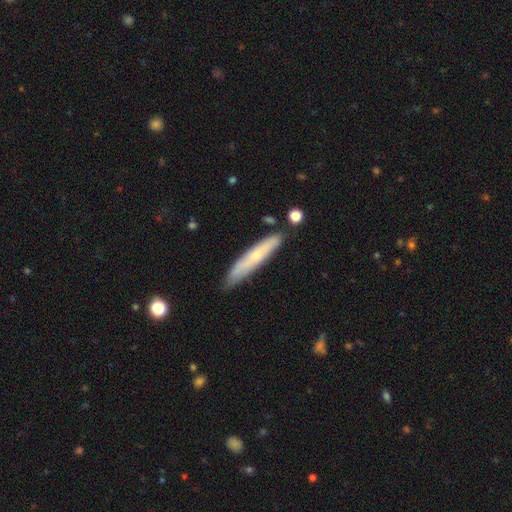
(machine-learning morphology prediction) smooth 53%, featured or disk 40%, star or artifact 6%. Down the decision tree: how rounded — cigar-shaped (89%); merging — none (78%).